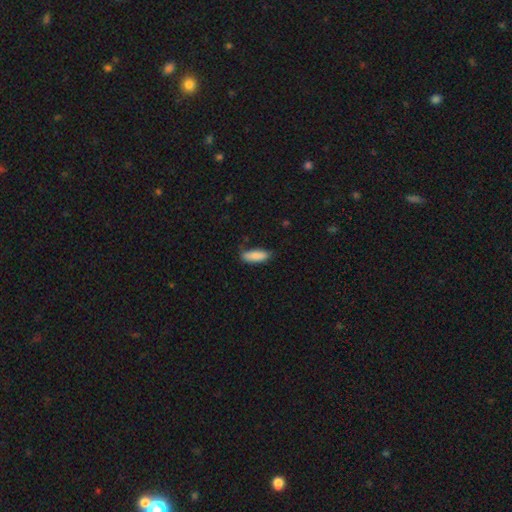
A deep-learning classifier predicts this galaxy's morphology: smooth-or-featured: smooth: 86% | featured or disk: 7% | star or artifact: 6%
  how-rounded: in between: 65% | cigar-shaped: 33% | round: 2%
  merging: none: 69% | minor disturbance: 25% | major disturbance: 4% | merger: 2%